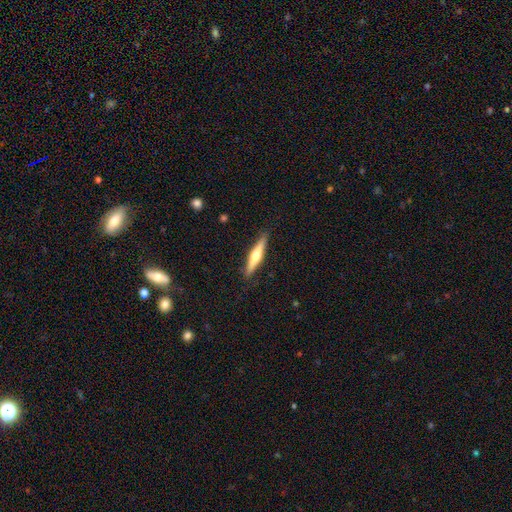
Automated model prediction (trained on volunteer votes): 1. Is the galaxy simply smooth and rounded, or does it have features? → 58% featured or disk, 37% smooth, 5% star or artifact.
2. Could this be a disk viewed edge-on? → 96% yes, 4% no.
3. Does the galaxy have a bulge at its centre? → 92% rounded, 5% none, 3% boxy.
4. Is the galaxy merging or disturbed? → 89% none, 9% minor disturbance, 2% major disturbance, 1% merger.